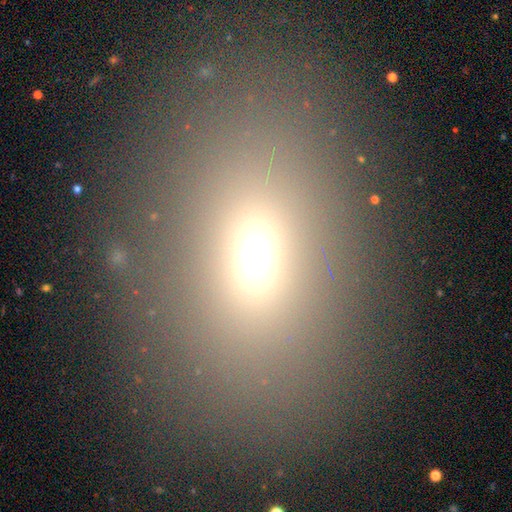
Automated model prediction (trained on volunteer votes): smooth 65%, star or artifact 22%, featured or disk 12%. Down the decision tree: how rounded — in between (71%); merging — none (78%).